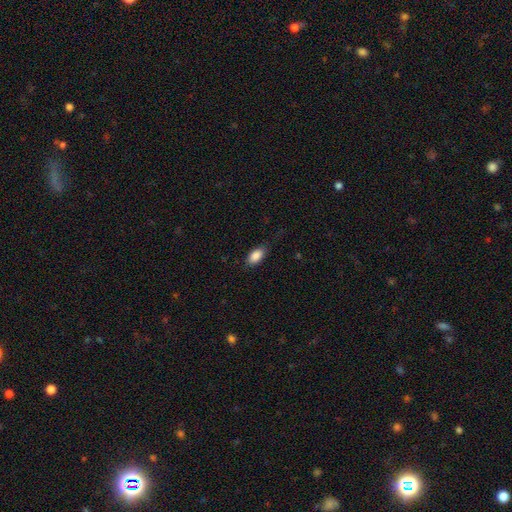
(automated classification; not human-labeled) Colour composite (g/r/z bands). It shows a smooth galaxy with no disk features (88%) that is in between round and cigar-shaped (91%). Merging: none (77%).